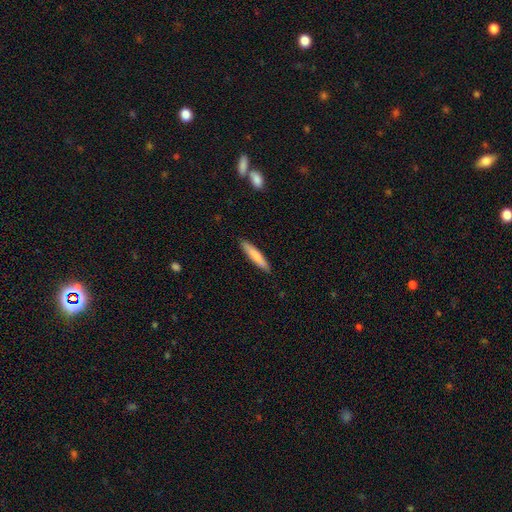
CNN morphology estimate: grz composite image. It shows a smooth galaxy with no disk features (79%) that is cigar-shaped (88%). Merging: none (89%).